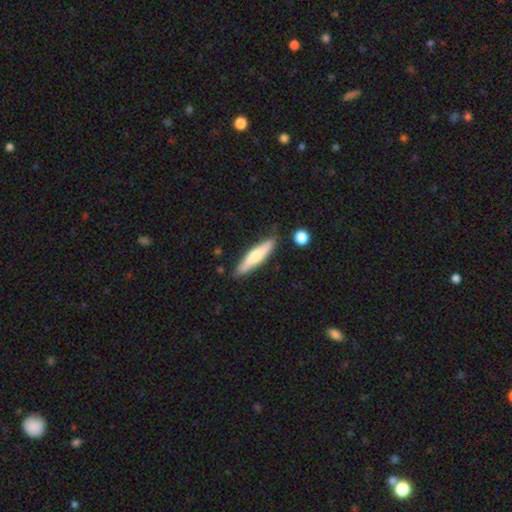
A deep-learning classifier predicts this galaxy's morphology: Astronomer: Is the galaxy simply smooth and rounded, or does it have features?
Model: smooth — 62%.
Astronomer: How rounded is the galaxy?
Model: cigar-shaped — 83%.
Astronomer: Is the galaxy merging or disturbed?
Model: none — 80%.